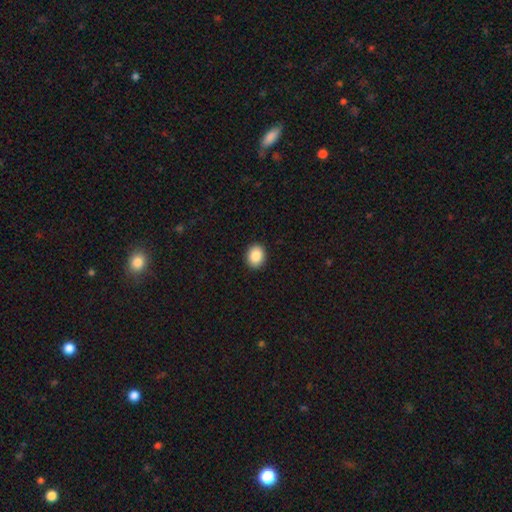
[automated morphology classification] type=smooth (87%); roundness=round (51%); merging=none (92%).